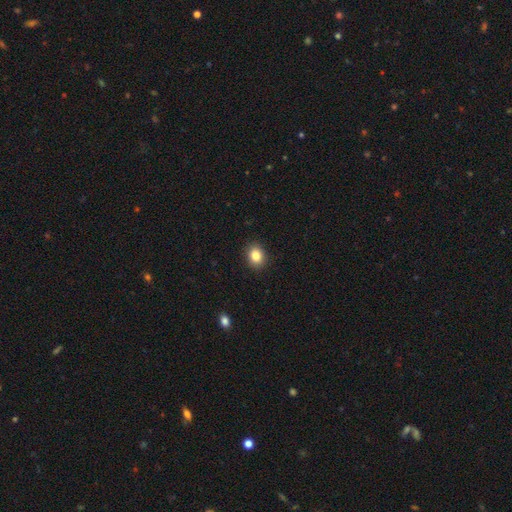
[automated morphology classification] smooth_or_featured: smooth (p=0.85) [alt: star or artifact p=0.09]
how_rounded: in between (p=0.51) [alt: round p=0.48]
merging: none (p=0.90) [alt: minor disturbance p=0.07]